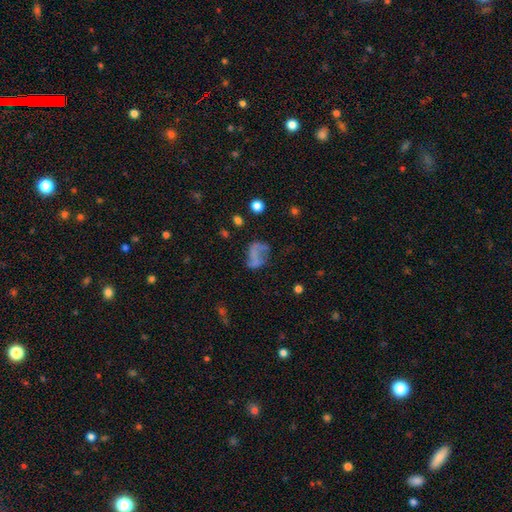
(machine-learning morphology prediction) Smooth or featured: featured or disk — 43% (smooth — 40%)
Merging: none — 40% (major disturbance — 32%)